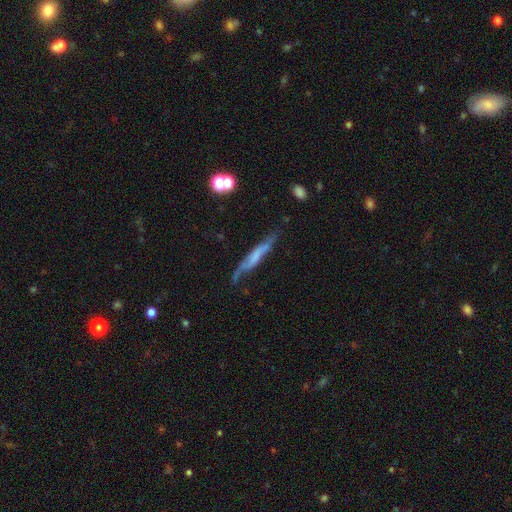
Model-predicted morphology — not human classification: smooth-or-featured: featured or disk: 56% | smooth: 37% | star or artifact: 8%
  disk-edge-on: yes: 76% | no: 24%
  merging: none: 60% | minor disturbance: 26% | major disturbance: 10% | merger: 4%